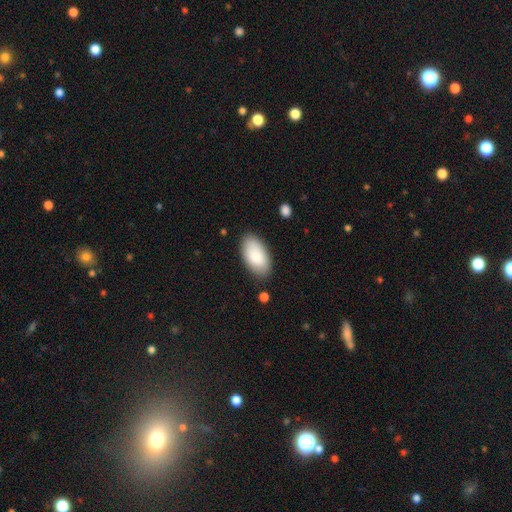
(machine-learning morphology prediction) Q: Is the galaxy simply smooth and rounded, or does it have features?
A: smooth — 86%.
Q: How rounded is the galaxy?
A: in between — 96%.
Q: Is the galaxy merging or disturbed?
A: none — 83%.